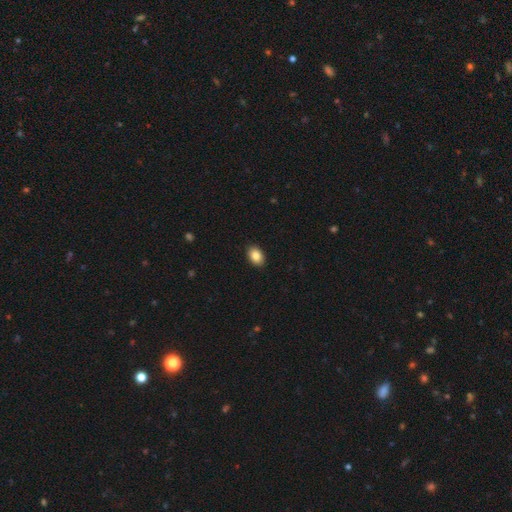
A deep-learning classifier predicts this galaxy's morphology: smooth-or-featured: smooth: 86% | star or artifact: 8% | featured or disk: 6%
  how-rounded: in between: 83% | round: 15% | cigar-shaped: 1%
  merging: none: 91% | minor disturbance: 7% | major disturbance: 2% | merger: 1%